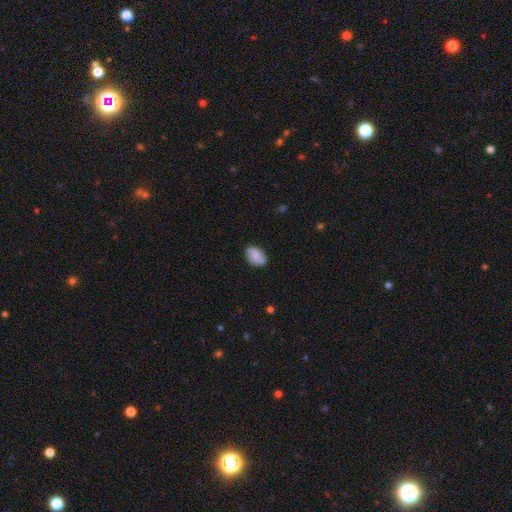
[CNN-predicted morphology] Smooth or featured? Predicted: smooth (p=0.77). How rounded? Predicted: in between (p=0.87). Merging? Predicted: none (p=0.79).